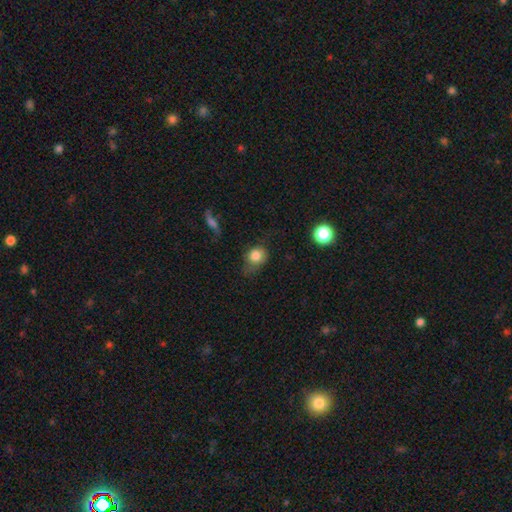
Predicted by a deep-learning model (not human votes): Smooth or featured?
  - smooth: 81% *
  - featured or disk: 10%
  - star or artifact: 9%
How rounded?
  - round: 57% *
  - in between: 41%
  - cigar-shaped: 2%
Merging?
  - none: 44% *
  - minor disturbance: 35%
  - major disturbance: 18%
  - merger: 3%